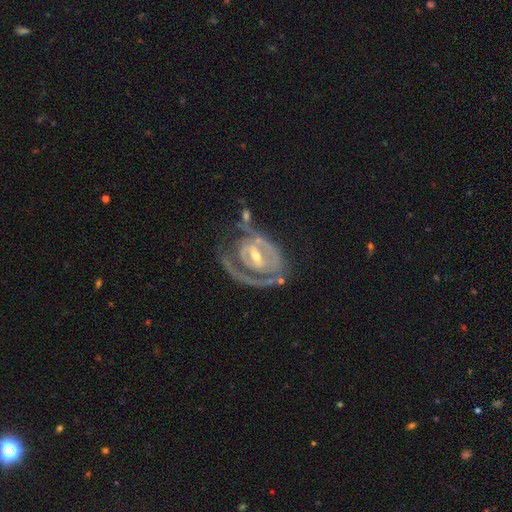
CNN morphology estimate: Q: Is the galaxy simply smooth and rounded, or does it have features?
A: featured or disk — 85%.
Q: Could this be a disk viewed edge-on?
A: no — 95%.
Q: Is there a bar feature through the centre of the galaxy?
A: weak — 41%.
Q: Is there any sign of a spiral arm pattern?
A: yes — 75%.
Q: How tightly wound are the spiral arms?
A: tight — 62%.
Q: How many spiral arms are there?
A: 2 — 35%.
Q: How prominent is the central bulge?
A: moderate — 49%.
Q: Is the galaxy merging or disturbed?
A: none — 46%.